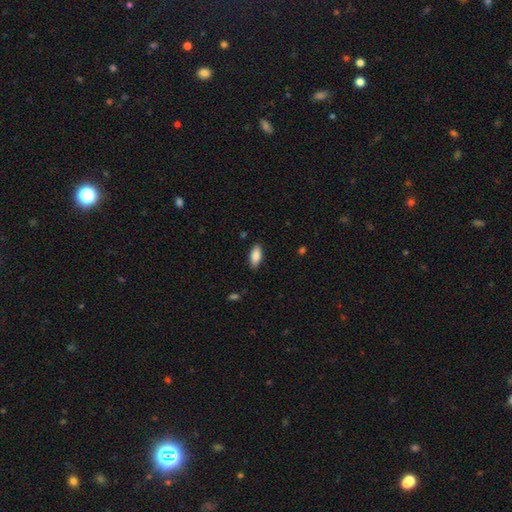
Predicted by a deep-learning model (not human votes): The model was most divided on "how rounded": in between: 86%, cigar-shaped: 12%, round: 2%. More confident: smooth or featured — smooth (87%); merging — none (86%).